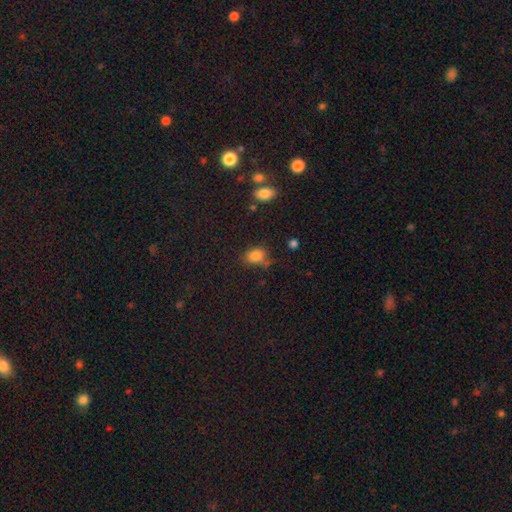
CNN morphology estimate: This appears to be a smooth galaxy with no disk features (82%) that is in between round and cigar-shaped (67%). Merging: none (60%).